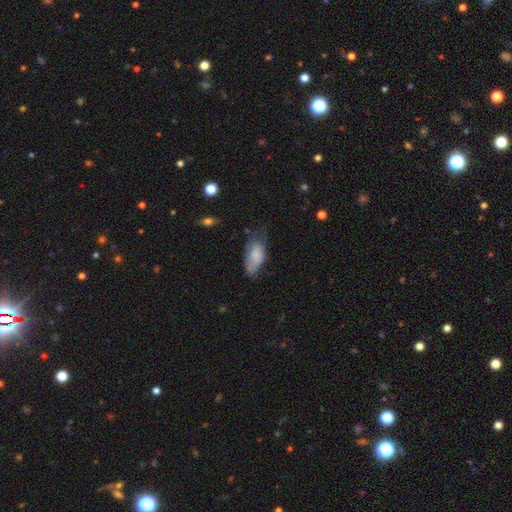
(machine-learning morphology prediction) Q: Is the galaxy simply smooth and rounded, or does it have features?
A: smooth — 72%.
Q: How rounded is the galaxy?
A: in between — 89%.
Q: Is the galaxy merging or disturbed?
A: minor disturbance — 38%.